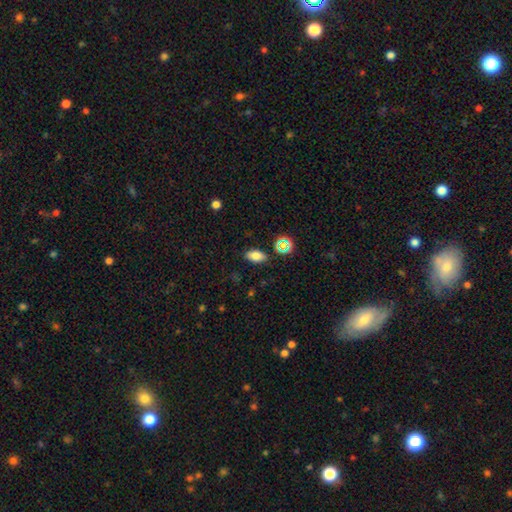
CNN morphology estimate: smooth-or-featured: smooth: 76% | star or artifact: 14% | featured or disk: 10%
  how-rounded: in between: 87% | round: 7% | cigar-shaped: 5%
  merging: none: 84% | minor disturbance: 11% | major disturbance: 3% | merger: 2%